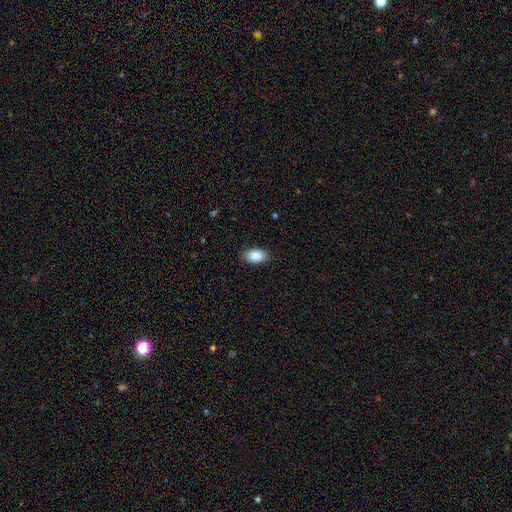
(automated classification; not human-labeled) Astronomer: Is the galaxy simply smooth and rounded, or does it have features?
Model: smooth — 85%.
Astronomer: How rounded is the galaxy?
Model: in between — 91%.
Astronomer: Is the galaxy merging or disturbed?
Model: none — 86%.